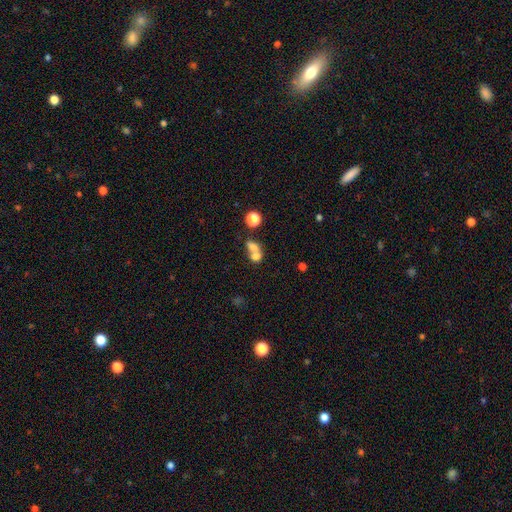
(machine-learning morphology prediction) Overall: smooth (70%). How rounded: in between (49%, tied with round). Merging: merger (67%).